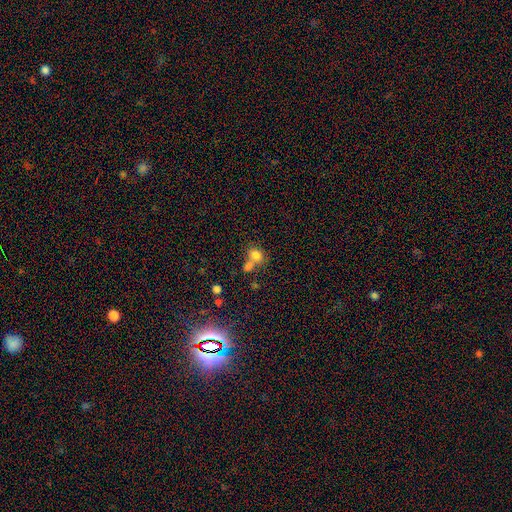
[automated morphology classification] A smooth galaxy with no disk features (79%) that is in between round and cigar-shaped (50%).

Vote fractions:
- Smooth or featured? smooth: 79% / star or artifact: 12% / featured or disk: 9%
- How rounded? in between: 50% / round: 49% / cigar-shaped: 1%
- Merging? merger: 47% / none: 37% / minor disturbance: 10% / major disturbance: 6%